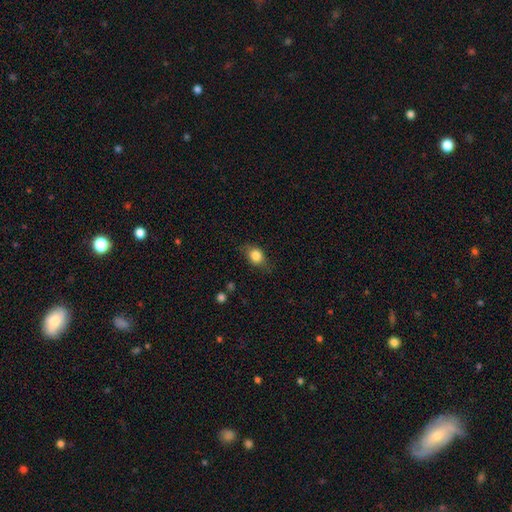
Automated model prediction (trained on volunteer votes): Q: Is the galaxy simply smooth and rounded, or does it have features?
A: smooth — 81%.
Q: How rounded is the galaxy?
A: in between — 57%.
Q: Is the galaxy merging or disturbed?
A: none — 72%.